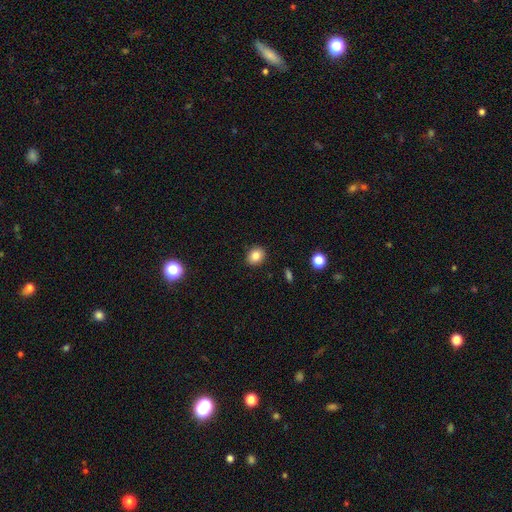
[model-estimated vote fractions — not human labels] Smooth or featured?
  - smooth: 84% *
  - star or artifact: 10%
  - featured or disk: 6%
How rounded?
  - round: 59% *
  - in between: 40%
  - cigar-shaped: 1%
Merging?
  - none: 89% *
  - minor disturbance: 8%
  - major disturbance: 2%
  - merger: 1%